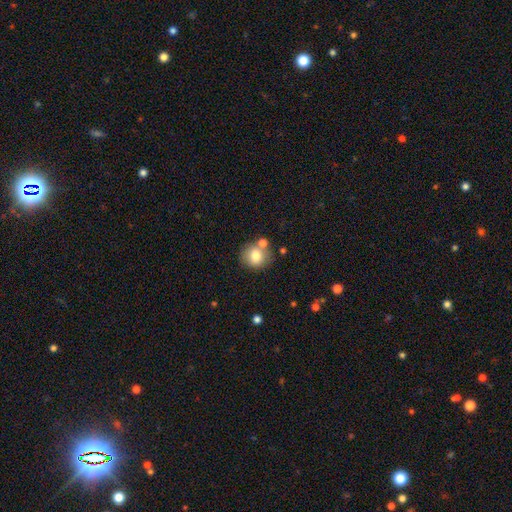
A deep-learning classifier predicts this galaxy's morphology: This appears to be a smooth galaxy with no disk features (77%) that is round (81%). Merging: none (67%).